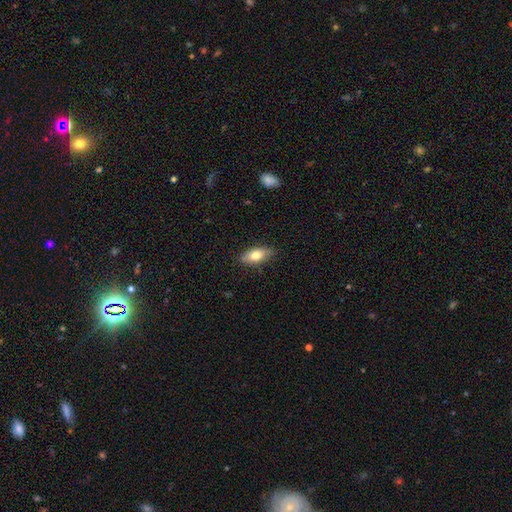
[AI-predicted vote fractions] Smooth or featured? Predicted: smooth (p=0.74). How rounded? Predicted: in between (p=0.85). Merging? Predicted: none (p=0.83).